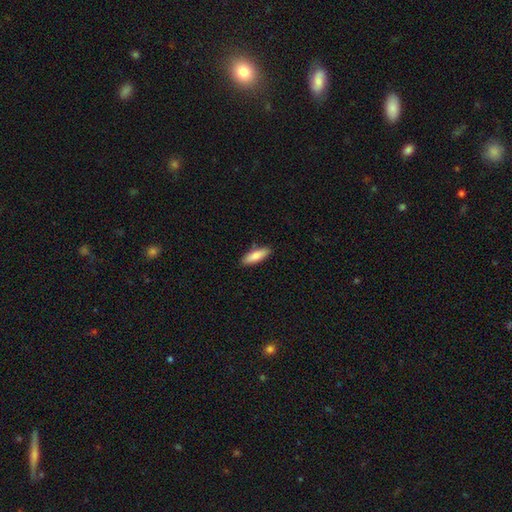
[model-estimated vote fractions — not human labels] This appears to be a smooth galaxy with no disk features (83%) that is in between round and cigar-shaped (52%). Merging: none (87%).